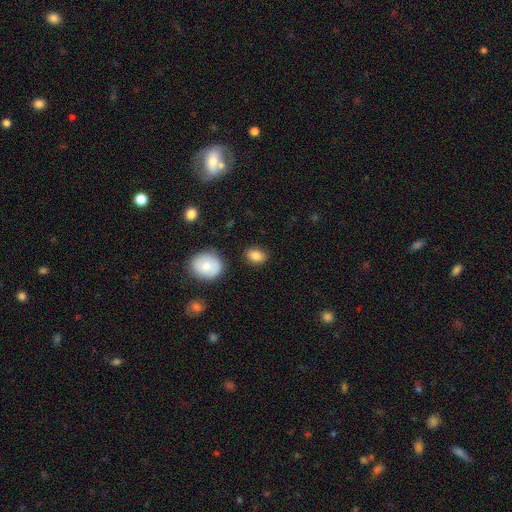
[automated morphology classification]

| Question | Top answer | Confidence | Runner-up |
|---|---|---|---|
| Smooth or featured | smooth | 85% | star or artifact (9%) |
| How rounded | in between | 71% | round (28%) |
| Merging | none | 85% | minor disturbance (10%) |